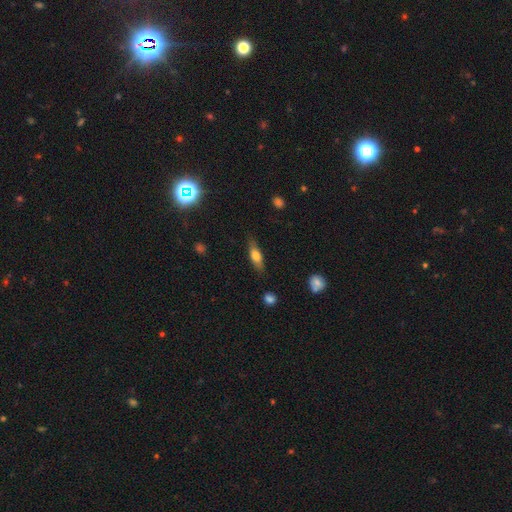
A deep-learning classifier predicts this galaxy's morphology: Smooth or featured: smooth — 60% (featured or disk — 32%)
How rounded: in between — 49% (cigar-shaped — 48%)
Merging: none — 79% (minor disturbance — 15%)